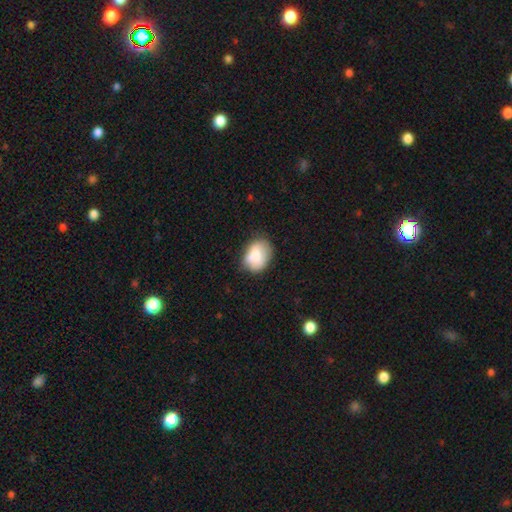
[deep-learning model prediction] This is likely a smooth galaxy (76%). How rounded: likely in between (68%). Merging: possibly none (58%).